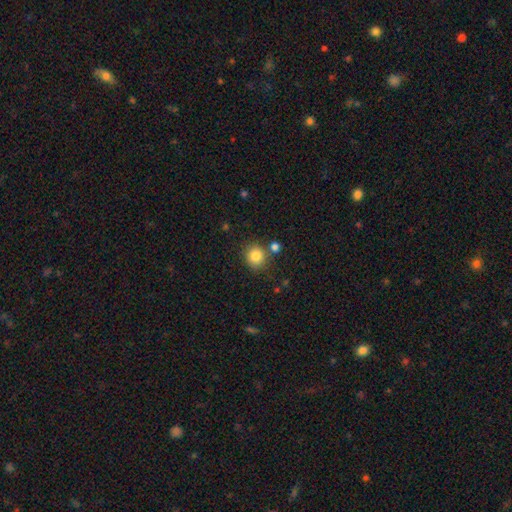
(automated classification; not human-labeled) A smooth galaxy with no disk features (84%) that is round (87%). Merging: none (75%).